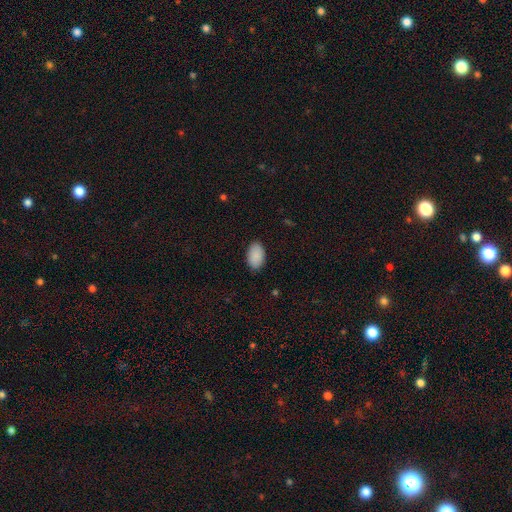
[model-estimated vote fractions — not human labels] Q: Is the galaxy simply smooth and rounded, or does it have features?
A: smooth — 91%.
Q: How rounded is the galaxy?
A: in between — 94%.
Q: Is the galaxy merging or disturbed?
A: none — 88%.